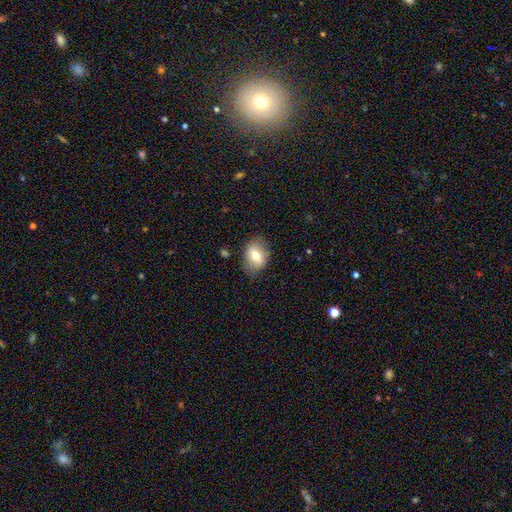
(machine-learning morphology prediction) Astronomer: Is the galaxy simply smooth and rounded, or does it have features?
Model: smooth — 66%.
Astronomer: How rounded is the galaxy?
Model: in between — 71%.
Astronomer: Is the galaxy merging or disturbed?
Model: none — 80%.